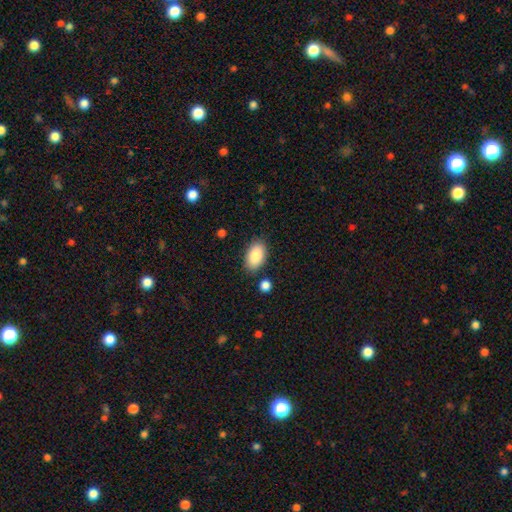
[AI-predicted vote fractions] This is clearly a smooth galaxy (87%). How rounded: clearly in between (93%). Merging: clearly none (84%).